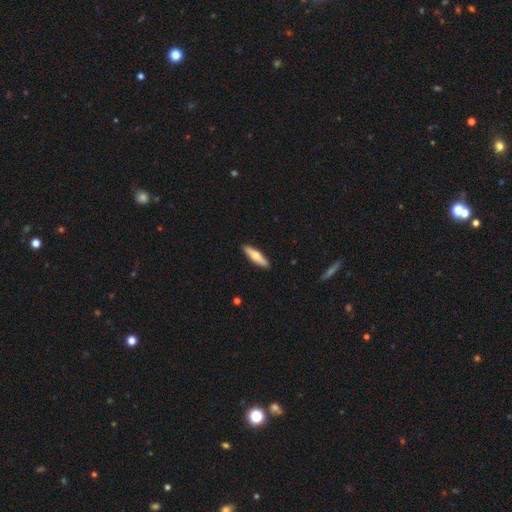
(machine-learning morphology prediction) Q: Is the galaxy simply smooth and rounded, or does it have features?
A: smooth — 52%.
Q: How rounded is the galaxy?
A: cigar-shaped — 72%.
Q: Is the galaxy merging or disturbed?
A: none — 91%.